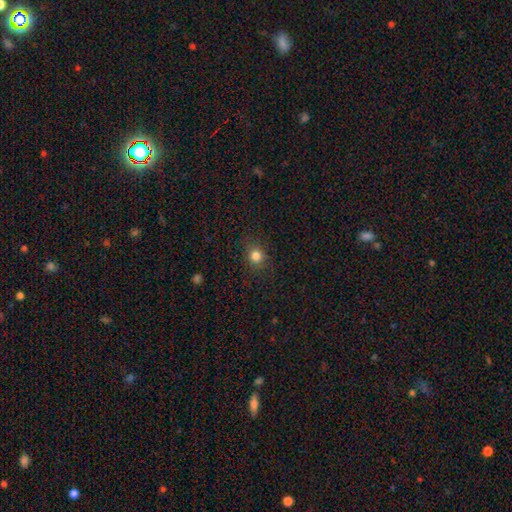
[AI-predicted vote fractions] A smooth galaxy with no disk features (80%) that is round (79%). Merging: none (85%).